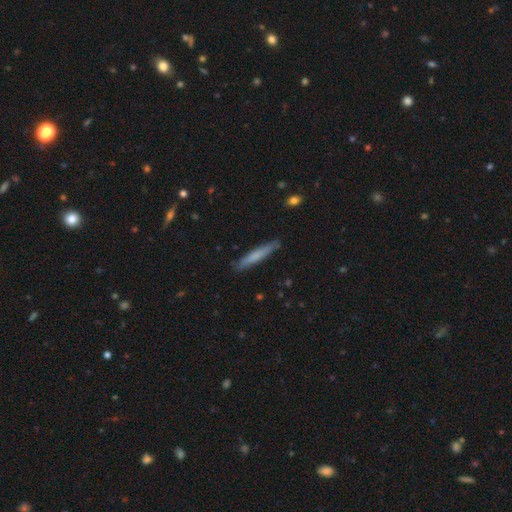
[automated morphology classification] Smooth or featured?
  - smooth: 67% *
  - featured or disk: 27%
  - star or artifact: 5%
How rounded?
  - cigar-shaped: 94% *
  - in between: 4%
  - round: 1%
Merging?
  - none: 87% *
  - minor disturbance: 10%
  - major disturbance: 2%
  - merger: 1%